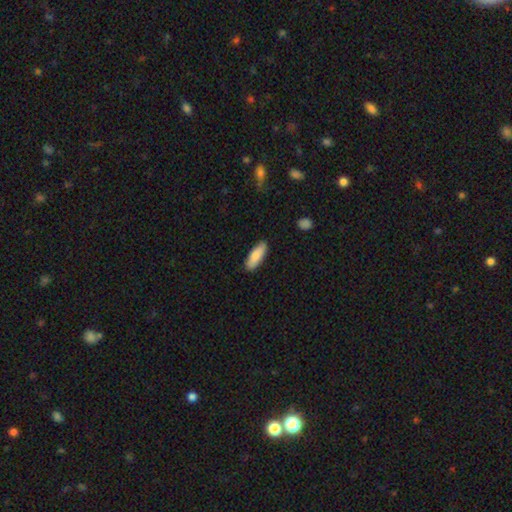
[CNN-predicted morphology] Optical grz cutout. It shows a smooth galaxy with no disk features (85%) that is in between round and cigar-shaped (63%). Merging: none (87%).